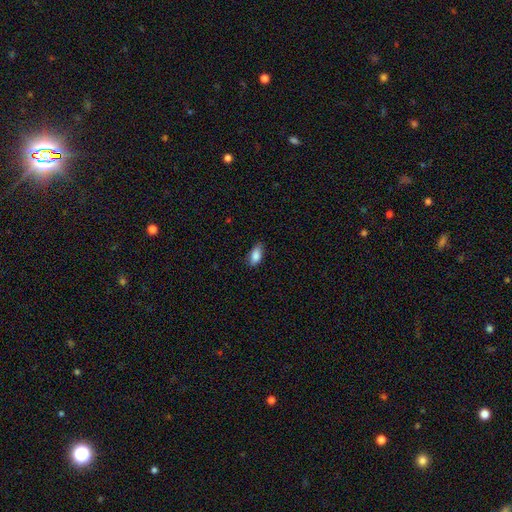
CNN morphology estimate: This is clearly a smooth galaxy (87%). How rounded: clearly in between (89%). Merging: likely none (79%).